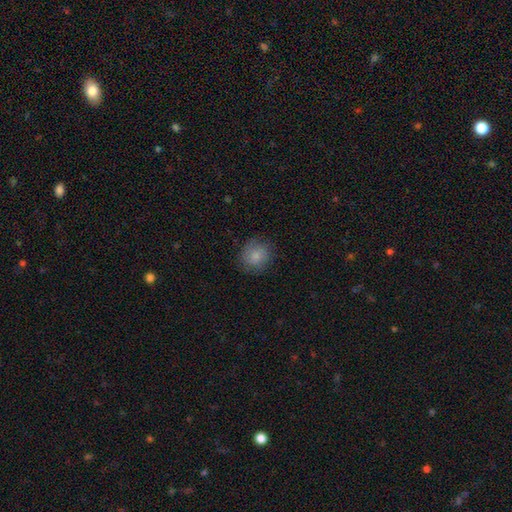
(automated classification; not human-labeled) Morphology: type=smooth (82%); roundness=round (87%); merging=none (82%).